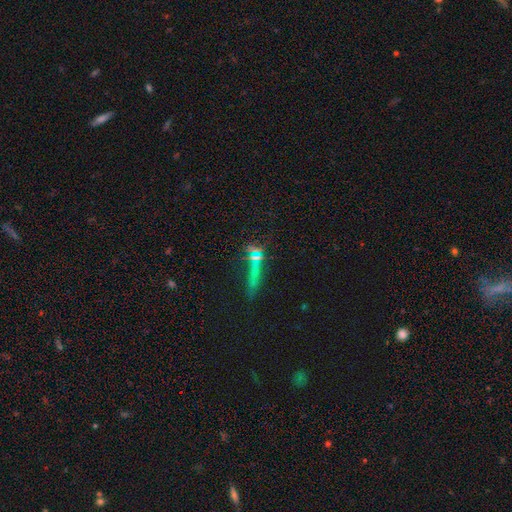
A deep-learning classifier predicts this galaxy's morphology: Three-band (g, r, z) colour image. It shows a star or artifact, not a galaxy (47%).